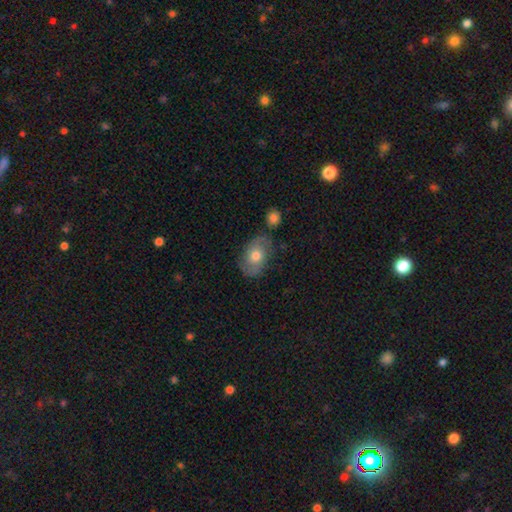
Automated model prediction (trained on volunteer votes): A featured or disk galaxy (49%).

Vote fractions:
- Smooth or featured? featured or disk: 49% / smooth: 43% / star or artifact: 8%
- Merging? none: 69% / minor disturbance: 19% / major disturbance: 6% / merger: 6%